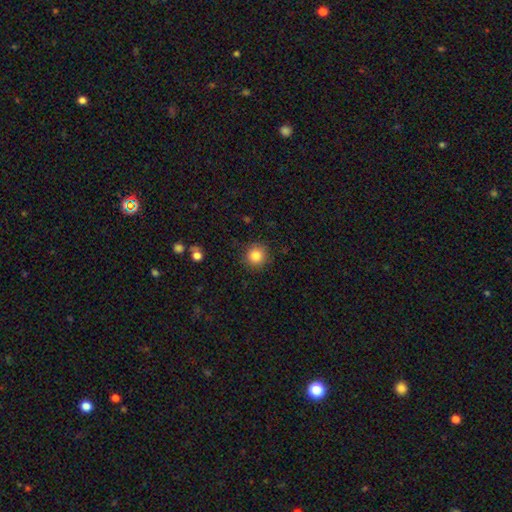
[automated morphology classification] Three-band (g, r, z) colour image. It shows a smooth galaxy with no disk features (85%) that is round (93%). Merging: none (89%).